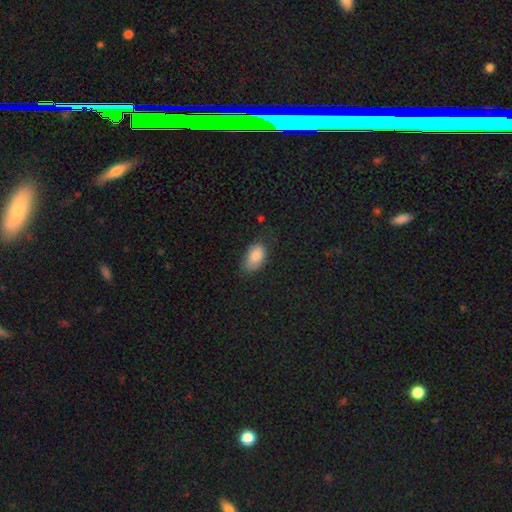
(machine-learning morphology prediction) smooth 85%, featured or disk 8%, star or artifact 8%. Down the decision tree: how rounded — in between (92%); merging — none (64%).